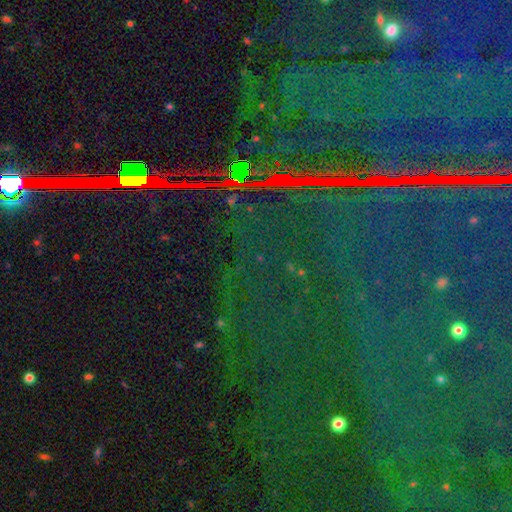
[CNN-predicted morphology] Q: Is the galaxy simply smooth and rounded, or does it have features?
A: star or artifact — 86%.